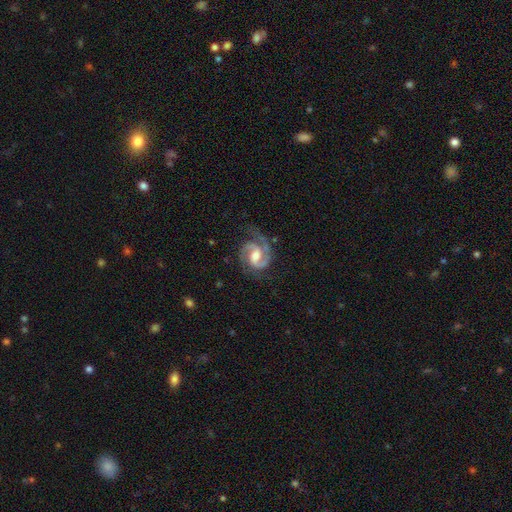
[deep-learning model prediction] Smooth or featured? featured or disk (92%)
Edge-on disk? no (98%)
Bar? weak (51%)
Spiral arms? yes (98%)
Spiral winding? medium (56%)
Spiral arm count? 2 (90%)
Bulge size? moderate (61%)
Merging? none (69%)